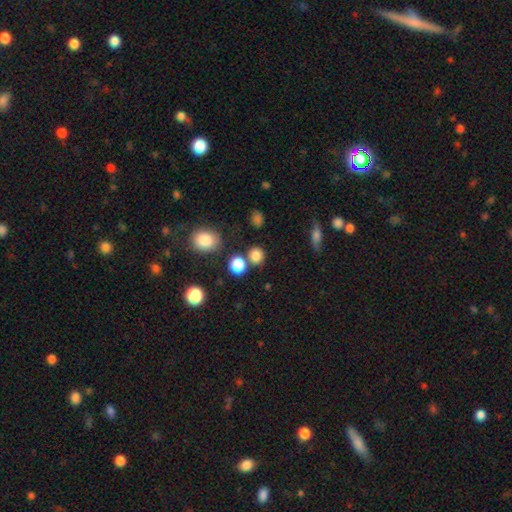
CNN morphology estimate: smooth-or-featured: smooth: 82% | star or artifact: 13% | featured or disk: 5%
  how-rounded: round: 85% | in between: 14% | cigar-shaped: 1%
  merging: none: 75% | merger: 14% | minor disturbance: 8% | major disturbance: 3%